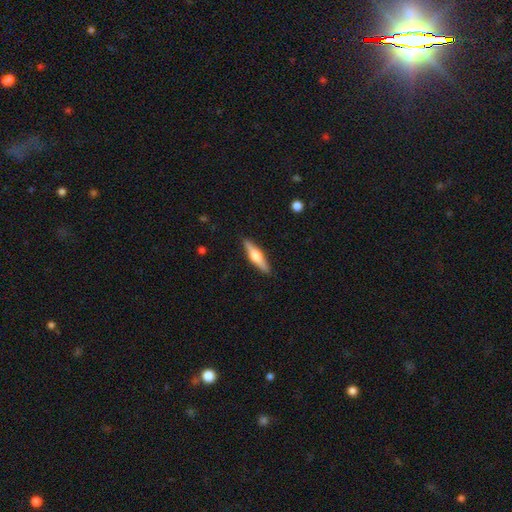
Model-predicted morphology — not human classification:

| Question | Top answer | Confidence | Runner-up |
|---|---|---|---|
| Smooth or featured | featured or disk | 61% | smooth (33%) |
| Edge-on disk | yes | 97% | no (3%) |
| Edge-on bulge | rounded | 92% | boxy (6%) |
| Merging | none | 90% | minor disturbance (7%) |